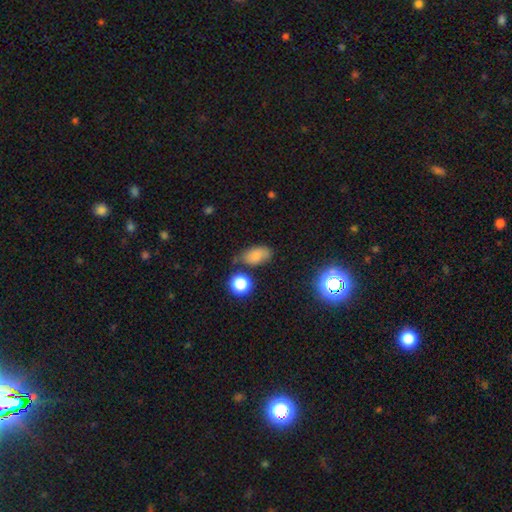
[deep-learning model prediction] smooth-or-featured: smooth: 74% | star or artifact: 14% | featured or disk: 12%
  how-rounded: in between: 87% | round: 11% | cigar-shaped: 3%
  merging: none: 62% | minor disturbance: 24% | merger: 8% | major disturbance: 7%